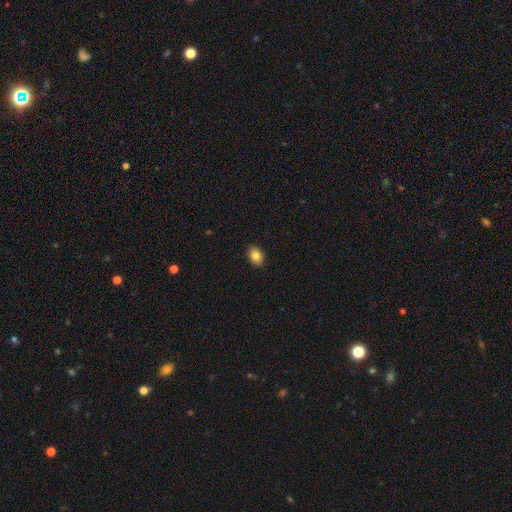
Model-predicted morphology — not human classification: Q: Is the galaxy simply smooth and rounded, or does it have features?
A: smooth — 84%.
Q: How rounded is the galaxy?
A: in between — 78%.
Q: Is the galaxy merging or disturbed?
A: none — 90%.